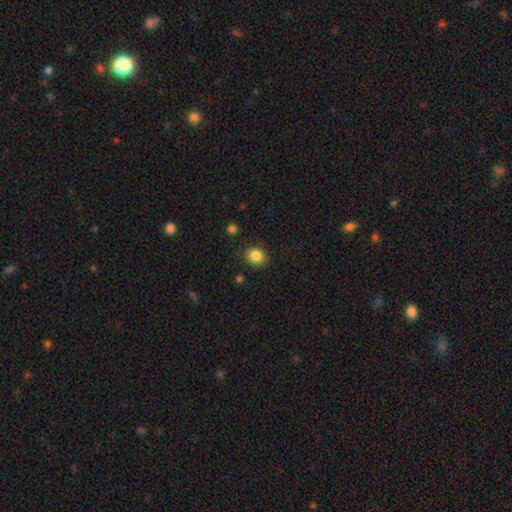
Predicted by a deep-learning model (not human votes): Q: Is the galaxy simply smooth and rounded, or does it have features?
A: smooth — 85%.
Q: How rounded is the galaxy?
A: round — 66%.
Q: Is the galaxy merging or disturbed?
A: none — 86%.